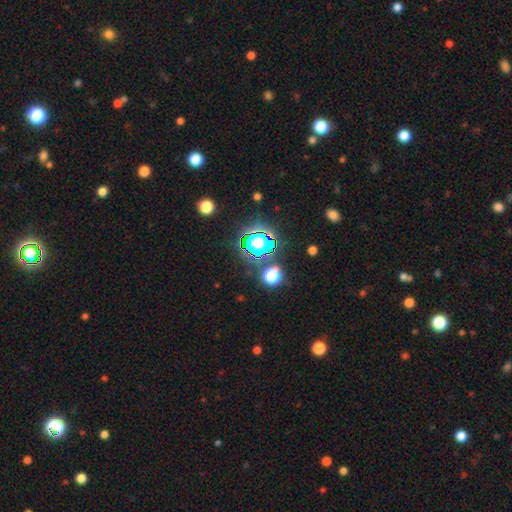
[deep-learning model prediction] This appears to be a star or artifact, not a galaxy (78%).